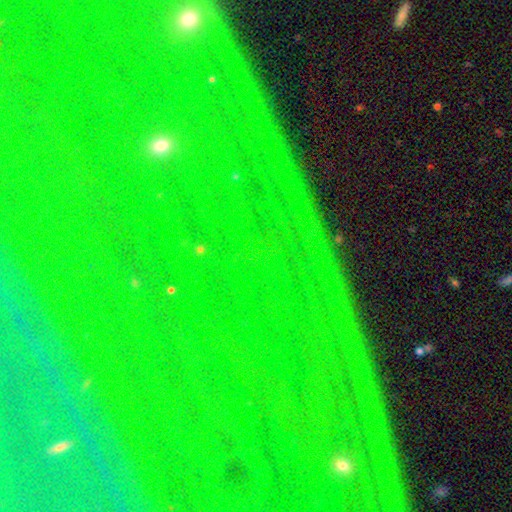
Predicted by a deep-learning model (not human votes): Morphology: type=star or artifact (85%).